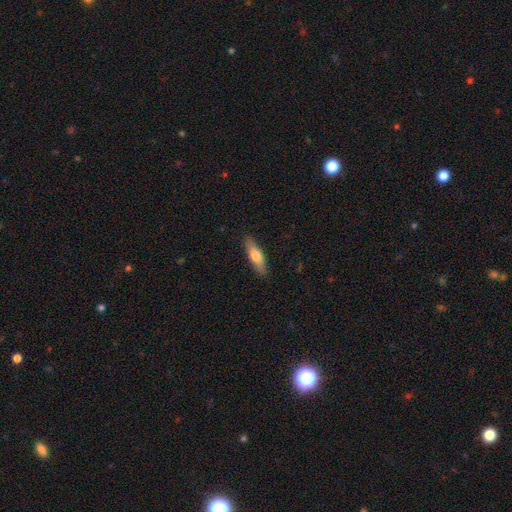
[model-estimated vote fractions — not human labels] Smooth or featured?
  - smooth: 65% *
  - featured or disk: 30%
  - star or artifact: 6%
How rounded?
  - cigar-shaped: 61% *
  - in between: 37%
  - round: 2%
Merging?
  - none: 89% *
  - minor disturbance: 8%
  - major disturbance: 2%
  - merger: 1%